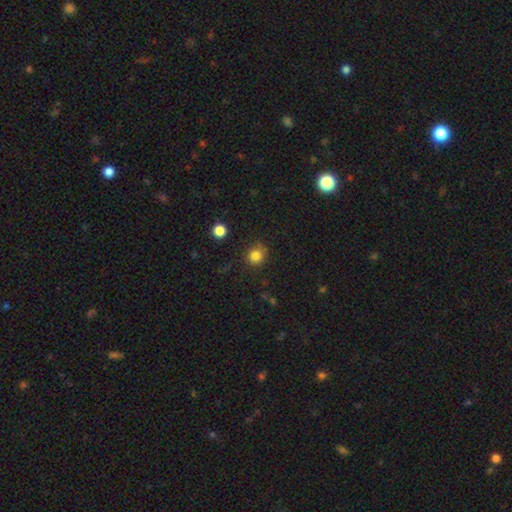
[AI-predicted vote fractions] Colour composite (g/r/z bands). It shows a smooth galaxy with no disk features (82%) that is round (88%). Merging: none (81%).